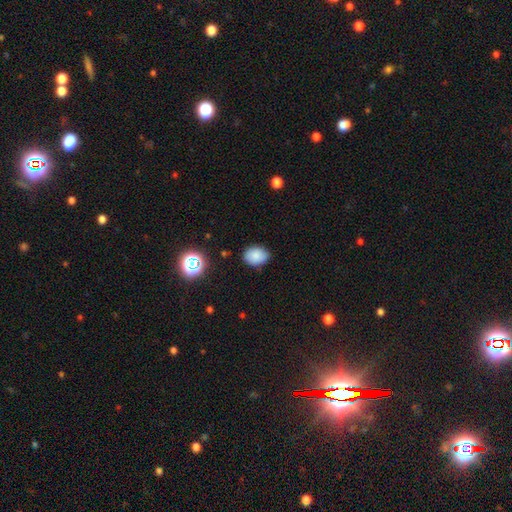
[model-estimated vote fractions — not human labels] A smooth galaxy with no disk features (82%) that is in between round and cigar-shaped (67%).

Vote fractions:
- Smooth or featured? smooth: 82% / star or artifact: 11% / featured or disk: 7%
- How rounded? in between: 67% / round: 32% / cigar-shaped: 1%
- Merging? none: 81% / minor disturbance: 15% / major disturbance: 3% / merger: 1%